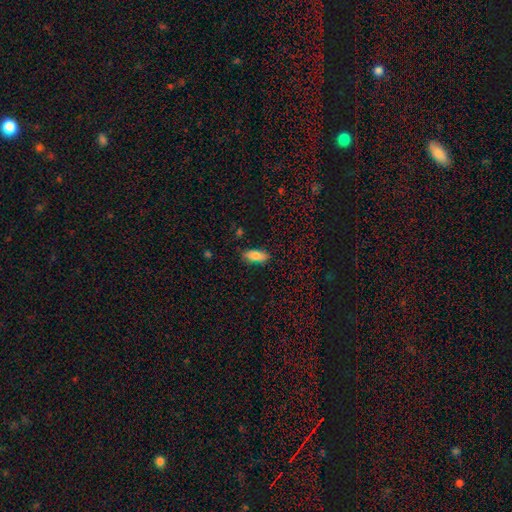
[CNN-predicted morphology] Overall: smooth (82%). How rounded: in between (83%). Merging: none (82%).